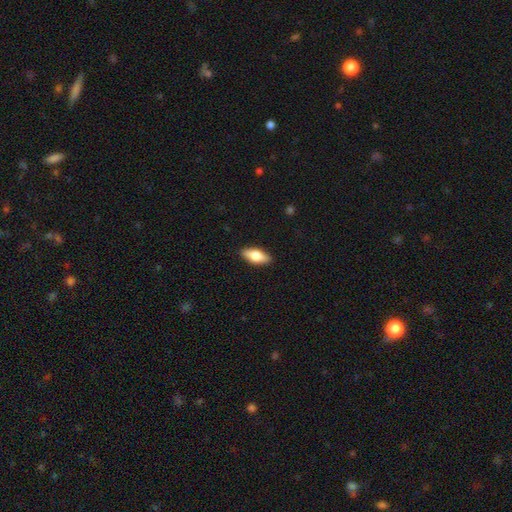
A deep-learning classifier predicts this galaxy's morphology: A smooth galaxy with no disk features (68%) that is in between round and cigar-shaped (78%).

Vote fractions:
- Smooth or featured? smooth: 68% / featured or disk: 26% / star or artifact: 6%
- How rounded? in between: 78% / cigar-shaped: 19% / round: 3%
- Merging? none: 89% / minor disturbance: 8% / major disturbance: 2% / merger: 1%